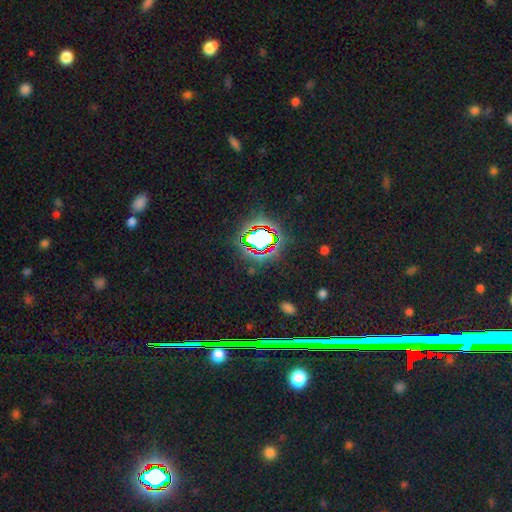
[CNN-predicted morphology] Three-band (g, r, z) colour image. It shows a star or artifact, not a galaxy (83%).